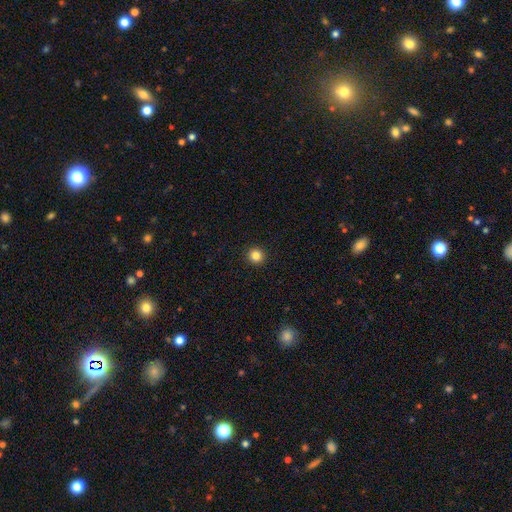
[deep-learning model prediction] A smooth galaxy with no disk features (84%) that is round (94%).

Vote fractions:
- Smooth or featured? smooth: 84% / star or artifact: 12% / featured or disk: 4%
- How rounded? round: 94% / in between: 5% / cigar-shaped: 1%
- Merging? none: 93% / minor disturbance: 4% / major disturbance: 1% / merger: 1%